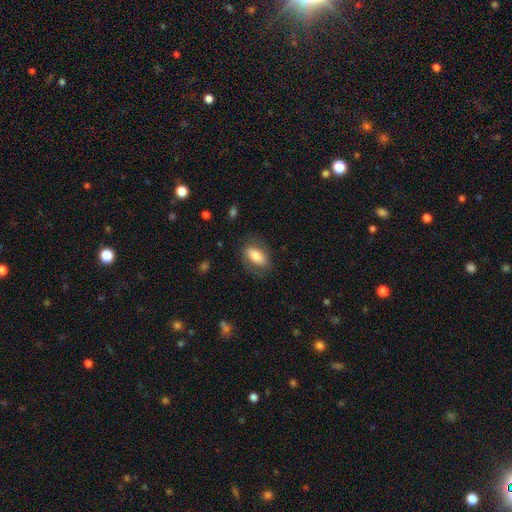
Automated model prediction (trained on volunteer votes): smooth_or_featured: smooth (p=0.74) [alt: featured or disk p=0.19]
how_rounded: in between (p=0.88) [alt: cigar-shaped p=0.06]
merging: none (p=0.75) [alt: minor disturbance p=0.16]